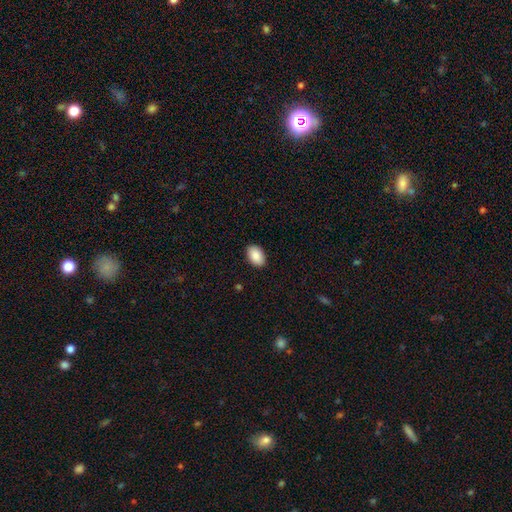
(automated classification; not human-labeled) Morphology: type=smooth (89%); roundness=in between (90%); merging=none (89%).